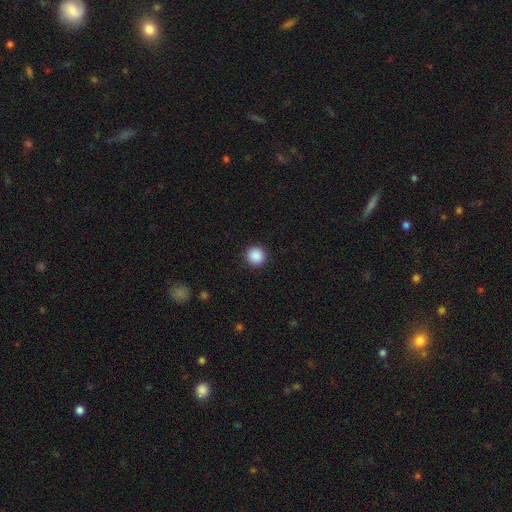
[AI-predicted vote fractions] The model was most divided on "smooth or featured": smooth: 89%, star or artifact: 9%, featured or disk: 2%. More confident: how rounded — round (95%); merging — none (93%).